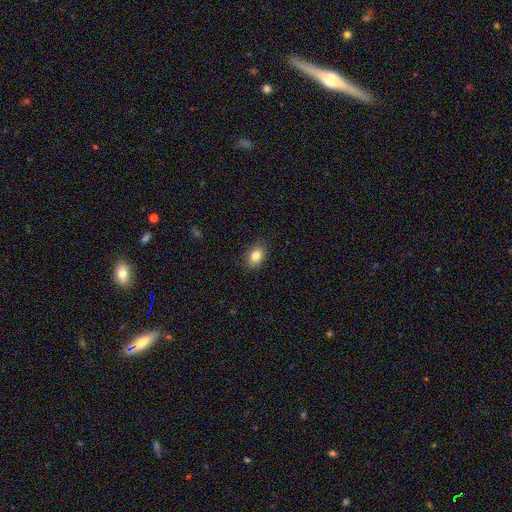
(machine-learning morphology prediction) smooth_or_featured: smooth (p=0.83) [alt: star or artifact p=0.09]
how_rounded: in between (p=0.80) [alt: round p=0.19]
merging: none (p=0.86) [alt: minor disturbance p=0.11]